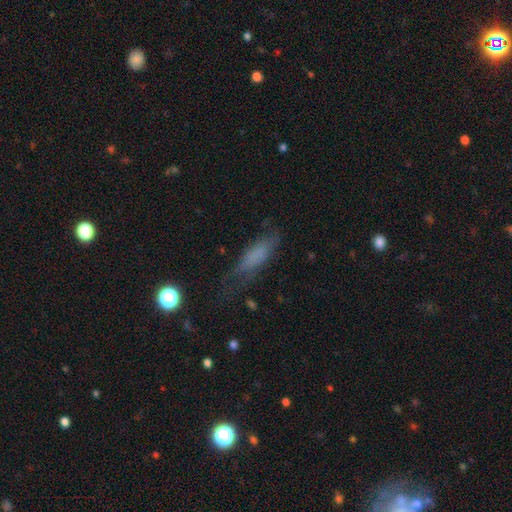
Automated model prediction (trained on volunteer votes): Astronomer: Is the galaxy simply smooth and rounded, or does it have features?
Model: smooth — 64%.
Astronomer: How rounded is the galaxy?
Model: cigar-shaped — 51% (runner-up: in between, 45%).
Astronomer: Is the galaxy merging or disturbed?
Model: none — 53%.